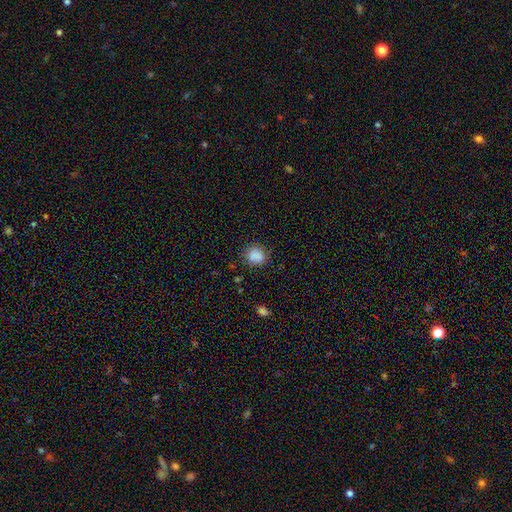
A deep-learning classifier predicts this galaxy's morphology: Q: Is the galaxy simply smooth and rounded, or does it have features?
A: smooth — 84%.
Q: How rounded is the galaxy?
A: round — 73%.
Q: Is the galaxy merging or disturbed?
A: none — 77%.